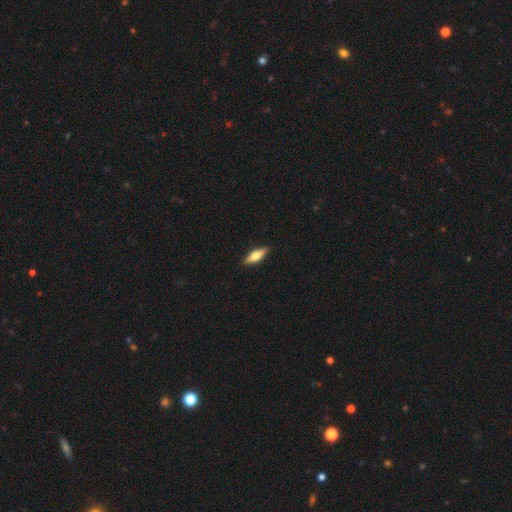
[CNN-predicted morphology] Smooth or featured? smooth (50%)
Merging? none (90%)